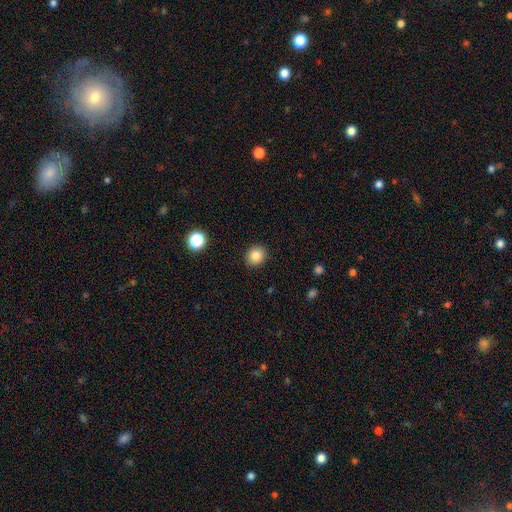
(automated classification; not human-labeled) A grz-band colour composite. It shows a smooth galaxy with no disk features (84%) that is round (79%). Merging: none (91%).